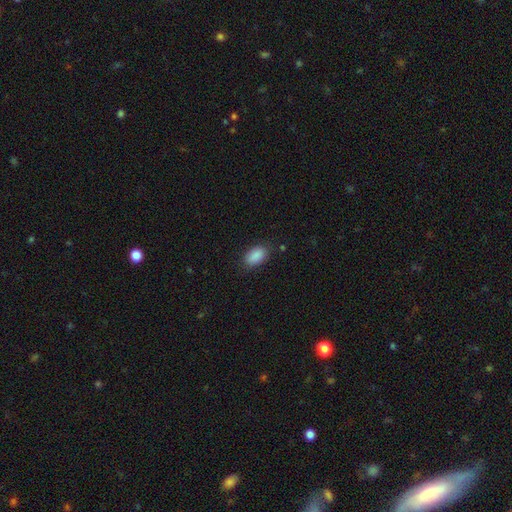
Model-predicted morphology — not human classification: Smooth or featured: smooth — 89% (star or artifact — 7%)
How rounded: in between — 92% (round — 5%)
Merging: none — 84% (minor disturbance — 12%)